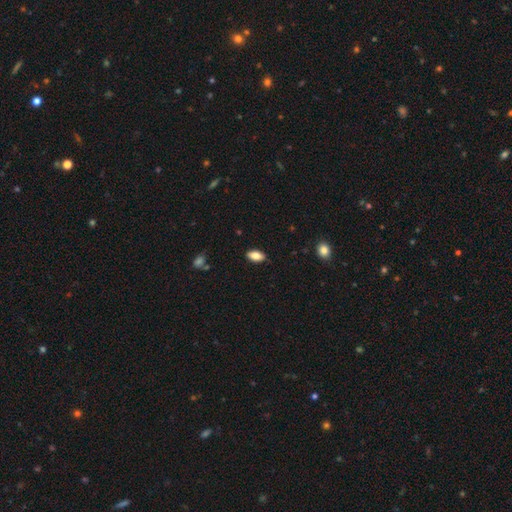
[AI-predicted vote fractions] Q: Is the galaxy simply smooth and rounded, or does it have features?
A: smooth — 82%.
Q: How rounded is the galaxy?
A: in between — 90%.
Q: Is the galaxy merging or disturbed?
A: none — 87%.